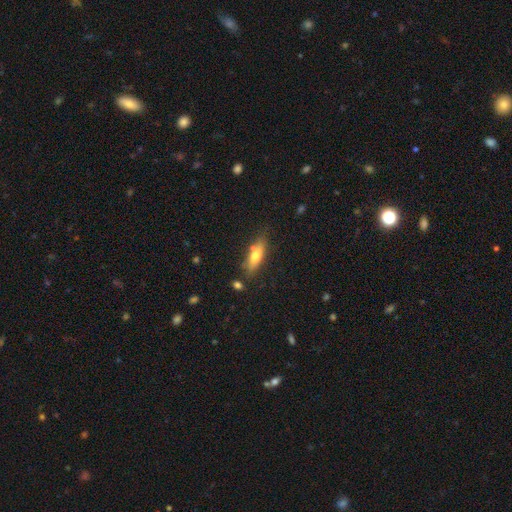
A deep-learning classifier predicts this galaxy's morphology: Smooth or featured: smooth — 64% (featured or disk — 29%)
How rounded: in between — 54% (cigar-shaped — 43%)
Merging: none — 74% (minor disturbance — 16%)